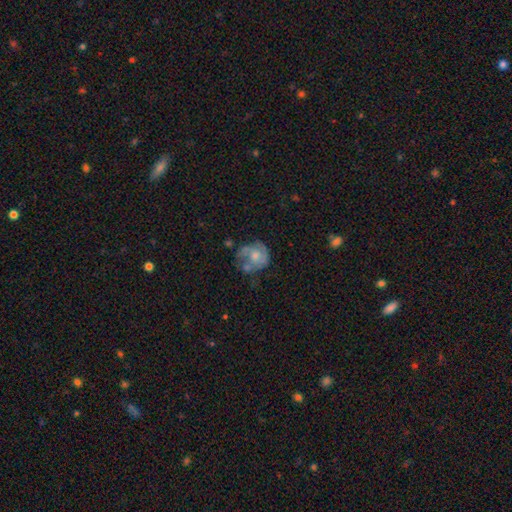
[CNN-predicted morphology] The model was most divided on "smooth or featured": featured or disk: 49%, smooth: 43%, star or artifact: 8%. Remaining: merging — none (36%).